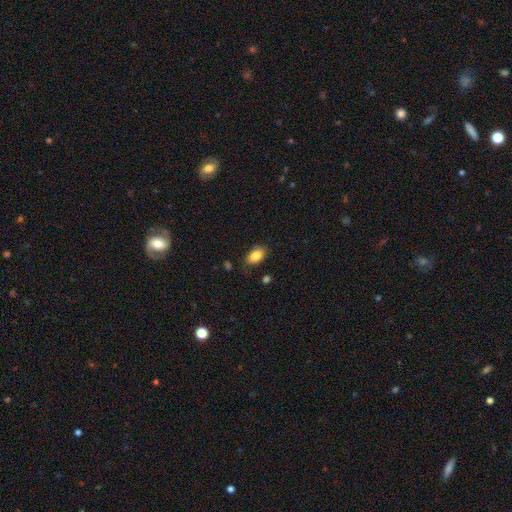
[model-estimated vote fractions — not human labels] Q: Smooth or featured?
A: smooth (85%); runner-up: star or artifact (8%)
Q: How rounded?
A: in between (91%); runner-up: round (7%)
Q: Merging?
A: none (81%); runner-up: minor disturbance (14%)